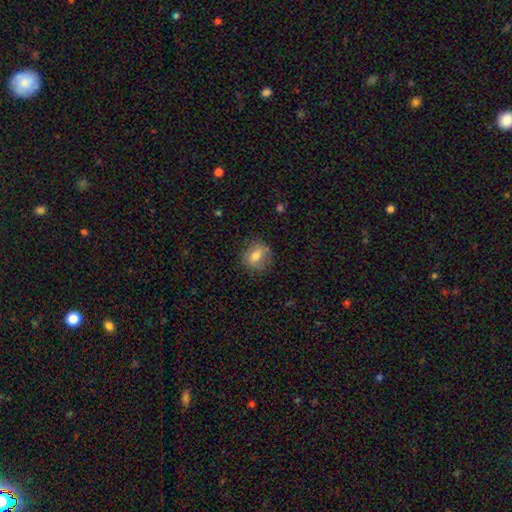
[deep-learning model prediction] smooth 70%, featured or disk 21%, star or artifact 9%. Down the decision tree: how rounded — round (66%); merging — none (79%).